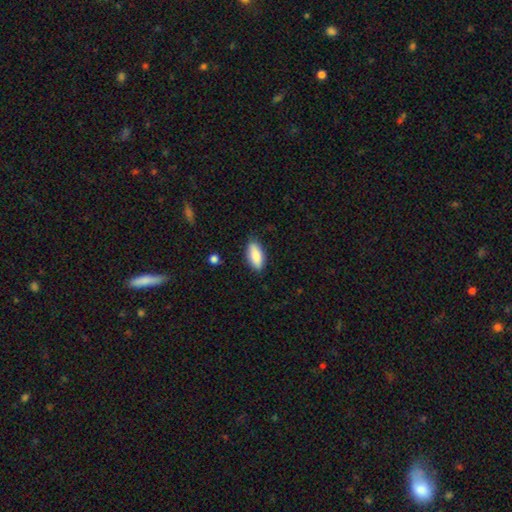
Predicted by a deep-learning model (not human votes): This is clearly a smooth galaxy (85%). How rounded: clearly in between (82%). Merging: clearly none (85%).